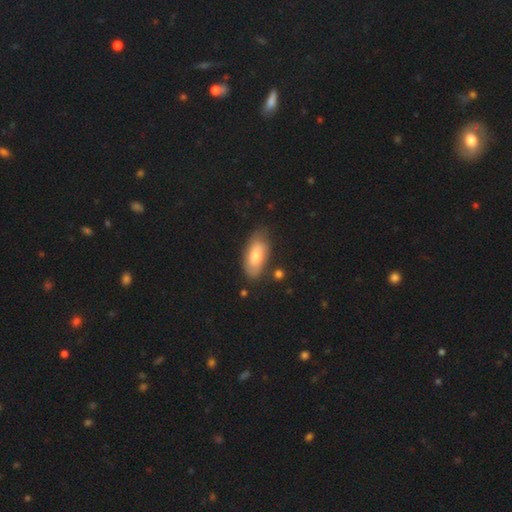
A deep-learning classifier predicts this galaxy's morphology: smooth_or_featured: smooth (p=0.66) [alt: featured or disk p=0.27]
how_rounded: in between (p=0.88) [alt: cigar-shaped p=0.09]
merging: none (p=0.73) [alt: minor disturbance p=0.20]